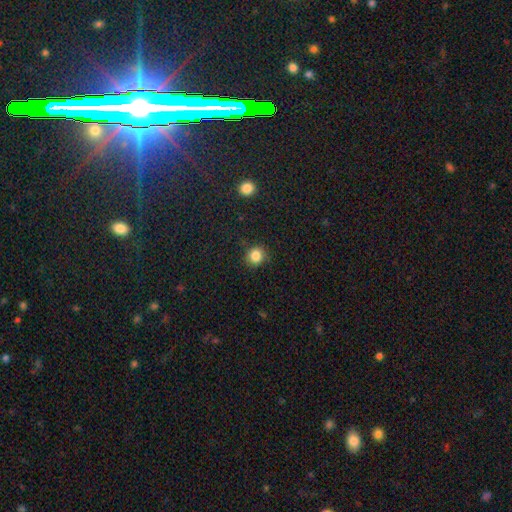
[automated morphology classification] type=smooth (84%); roundness=round (84%); merging=none (86%).